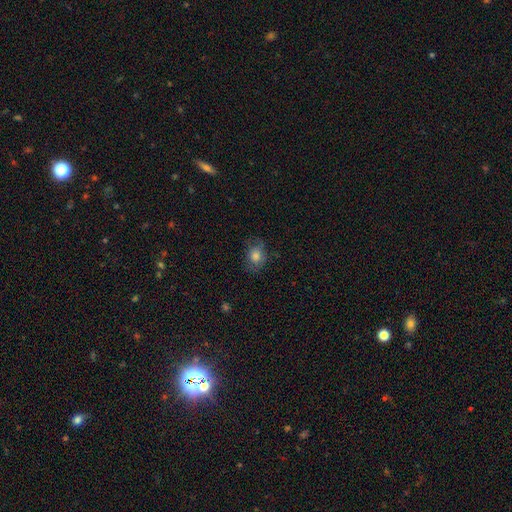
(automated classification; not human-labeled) The model was most divided on "how rounded": round: 52%, in between: 47%, cigar-shaped: 1%. More confident: smooth or featured — smooth (71%); merging — none (69%).